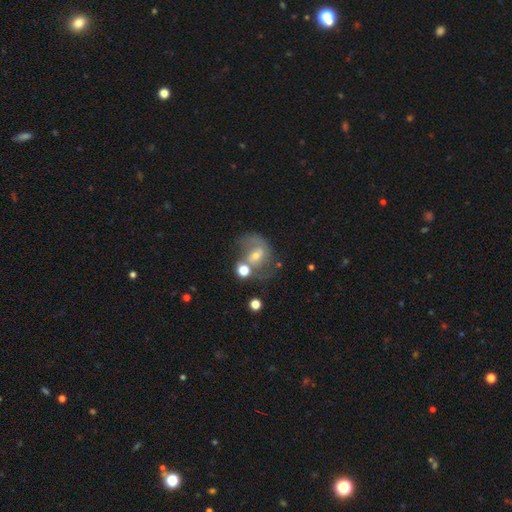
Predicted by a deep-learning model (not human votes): Smooth or featured?
  - featured or disk: 67% *
  - smooth: 22%
  - star or artifact: 12%
Edge-on disk?
  - no: 97% *
  - yes: 3%
Bar?
  - weak: 45% *
  - no: 37%
  - strong: 18%
Spiral arms?
  - yes: 81% *
  - no: 19%
Spiral winding?
  - medium: 46% *
  - loose: 35%
  - tight: 18%
Spiral arm count?
  - 2: 73% *
  - can't tell: 12%
  - 1: 11%
  - 3: 2%
  - 4: 1%
  - more than 4: 1%
Bulge size?
  - small: 51% *
  - moderate: 42%
  - none: 3%
  - large: 3%
  - dominant: 1%
Merging?
  - none: 43% *
  - merger: 22%
  - minor disturbance: 18%
  - major disturbance: 17%